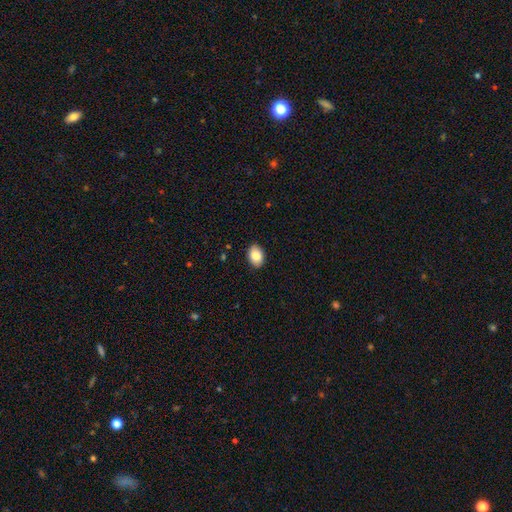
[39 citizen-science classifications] This is clearly a smooth galaxy (85%). How rounded: clearly in between (91%). Merging: clearly none (97%).